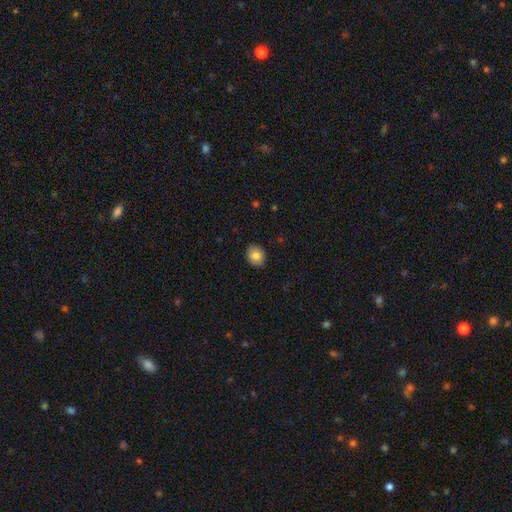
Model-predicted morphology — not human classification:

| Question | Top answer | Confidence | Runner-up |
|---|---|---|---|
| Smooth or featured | smooth | 83% | featured or disk (9%) |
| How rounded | round | 56% | in between (43%) |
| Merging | none | 89% | minor disturbance (8%) |